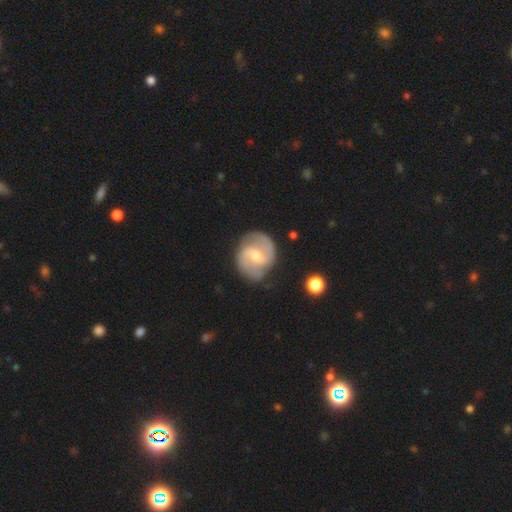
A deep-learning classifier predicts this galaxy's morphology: smooth_or_featured: featured or disk (p=0.84) [alt: smooth p=0.11]
disk_edge_on: no (p=0.98) [alt: yes p=0.02]
bar: weak (p=0.55) [alt: no p=0.30]
has_spiral_arms: yes (p=0.96) [alt: no p=0.04]
spiral_winding: medium (p=0.52) [alt: tight p=0.31]
spiral_arm_count: 2 (p=0.88) [alt: can't tell p=0.05]
bulge_size: moderate (p=0.54) [alt: small p=0.40]
merging: none (p=0.76) [alt: minor disturbance p=0.17]